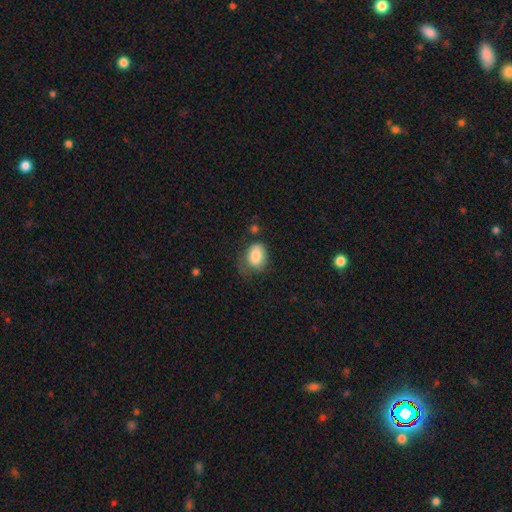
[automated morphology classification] The model was most divided on "merging": none: 45%, minor disturbance: 33%, major disturbance: 18%, merger: 4%. More confident: smooth or featured — smooth (82%); how rounded — in between (75%).